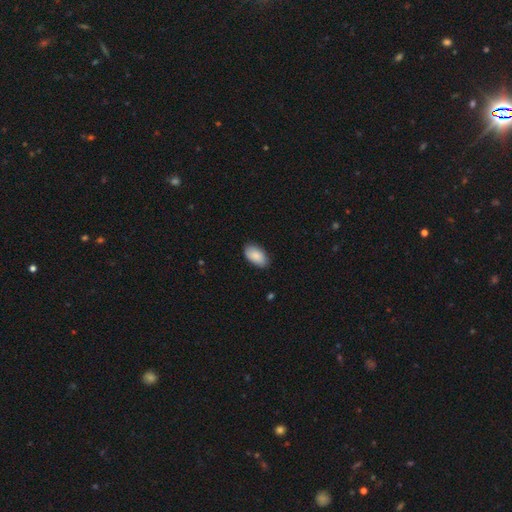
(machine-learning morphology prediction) Smooth or featured? smooth (89%)
How rounded? in between (95%)
Merging? none (85%)